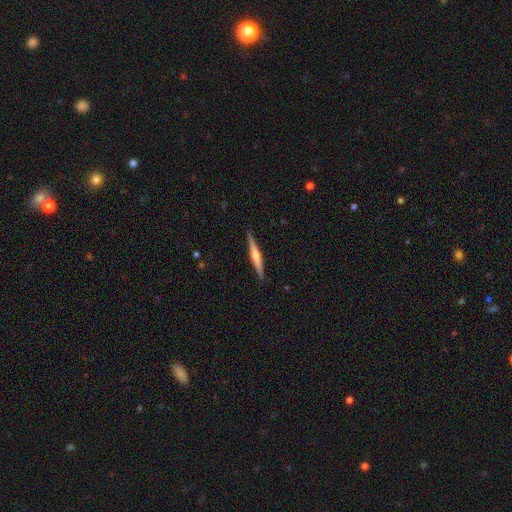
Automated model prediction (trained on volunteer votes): This appears to be a featured or disk galaxy (57%) viewed edge-on (98%) with a rounded central bulge (62%). Merging: none (90%).